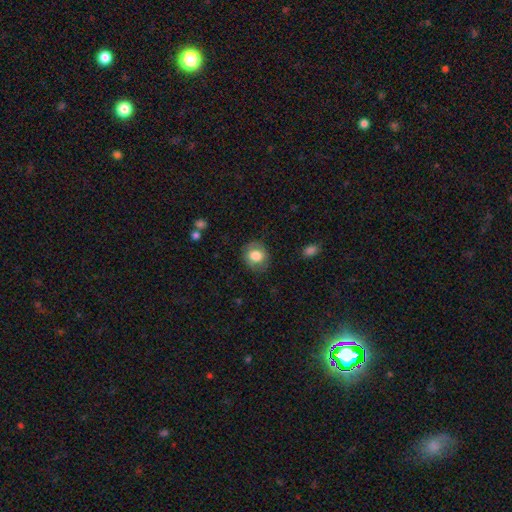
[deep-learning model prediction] Smooth or featured? Predicted: smooth (p=0.77). How rounded? Predicted: round (p=0.71). Merging? Predicted: none (p=0.79).